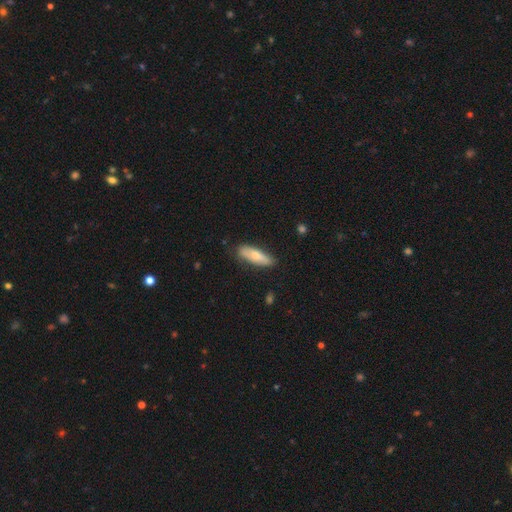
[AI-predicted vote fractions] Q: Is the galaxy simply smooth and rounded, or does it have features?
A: smooth — 72%.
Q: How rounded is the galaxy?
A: cigar-shaped — 51%.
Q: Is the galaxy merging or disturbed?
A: none — 79%.